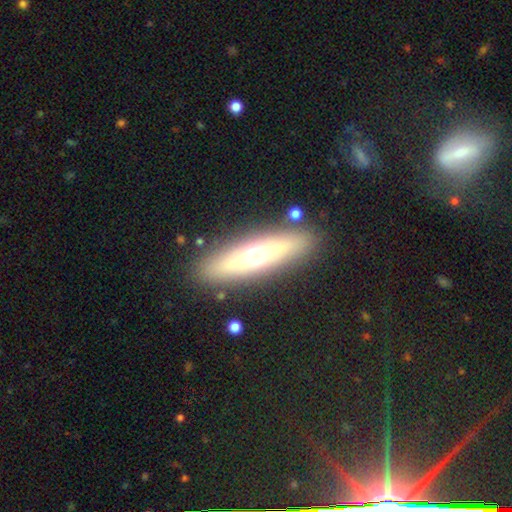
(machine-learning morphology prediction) Smooth or featured?
  - featured or disk: 50% *
  - smooth: 43%
  - star or artifact: 7%
Merging?
  - none: 85% *
  - minor disturbance: 10%
  - major disturbance: 3%
  - merger: 2%